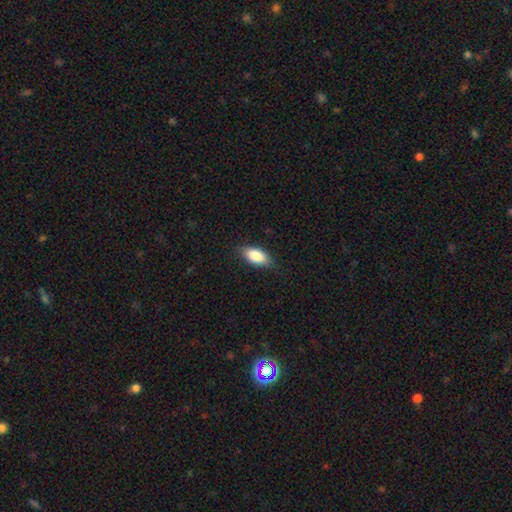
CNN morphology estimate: This appears to be a smooth galaxy with no disk features (84%) that is in between round and cigar-shaped (88%). Merging: none (80%).